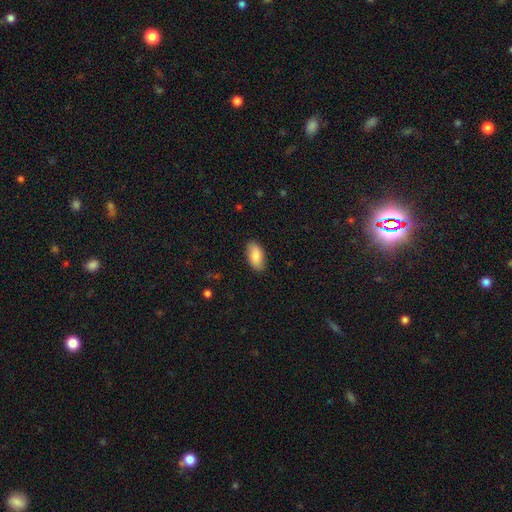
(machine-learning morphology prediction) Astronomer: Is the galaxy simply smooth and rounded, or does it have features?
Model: smooth — 84%.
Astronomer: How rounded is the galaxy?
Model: in between — 94%.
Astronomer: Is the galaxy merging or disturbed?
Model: none — 86%.